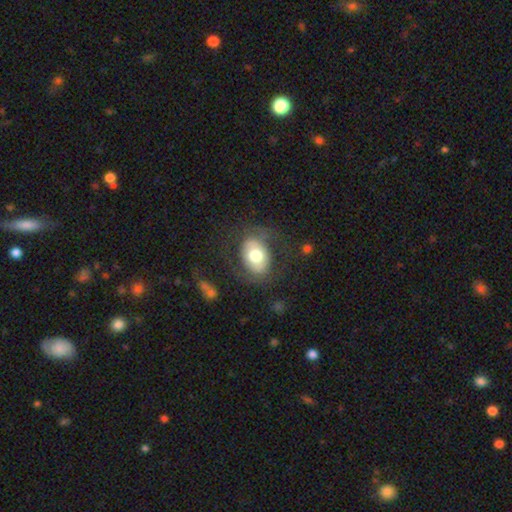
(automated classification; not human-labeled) Q: Smooth or featured?
A: smooth (59%); runner-up: featured or disk (34%)
Q: How rounded?
A: in between (70%); runner-up: round (29%)
Q: Merging?
A: none (69%); runner-up: minor disturbance (15%)